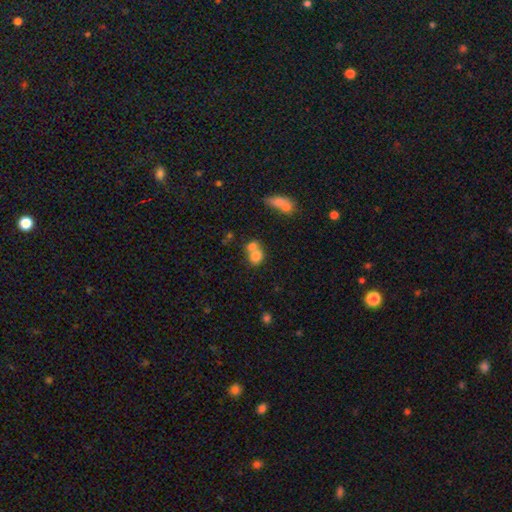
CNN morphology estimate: smooth-or-featured: smooth: 76% | featured or disk: 13% | star or artifact: 11%
  how-rounded: round: 56% | in between: 42% | cigar-shaped: 1%
  merging: merger: 56% | none: 32% | minor disturbance: 7% | major disturbance: 4%